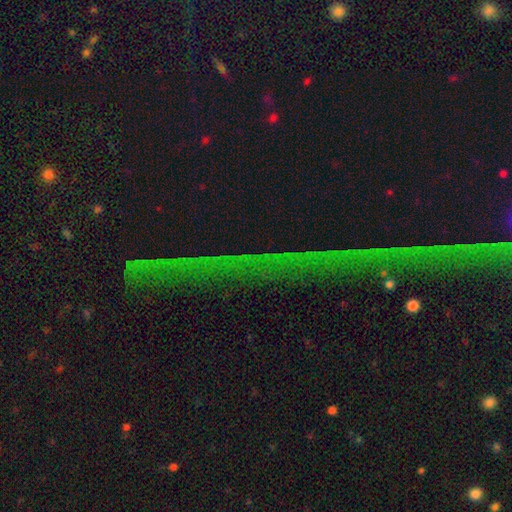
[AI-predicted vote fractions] Overall: star or artifact (85%).